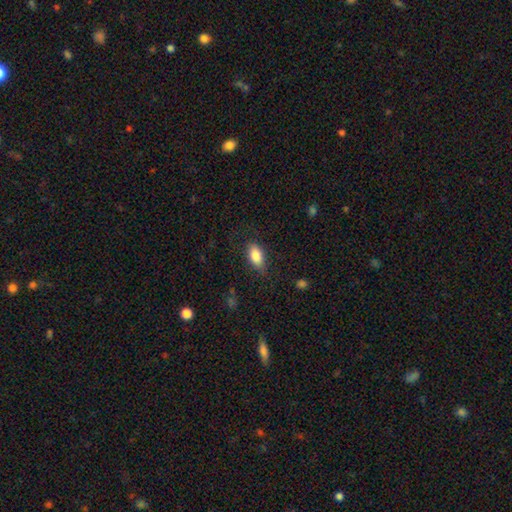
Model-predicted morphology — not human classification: This is clearly a smooth galaxy (85%). How rounded: clearly in between (90%). Merging: clearly none (81%).